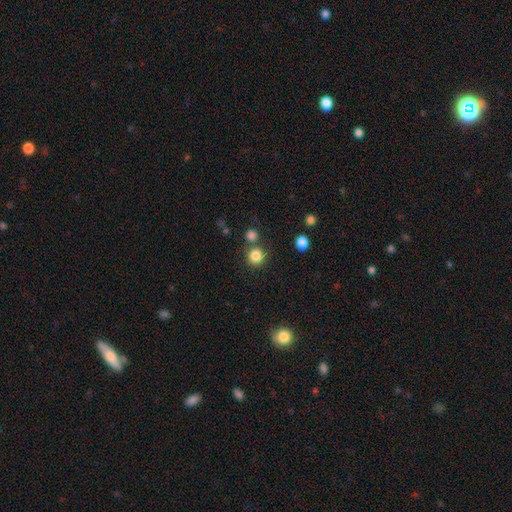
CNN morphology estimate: The model was most divided on "merging": none: 76%, merger: 13%, minor disturbance: 8%, major disturbance: 3%. More confident: how rounded — round (92%); smooth or featured — smooth (84%).